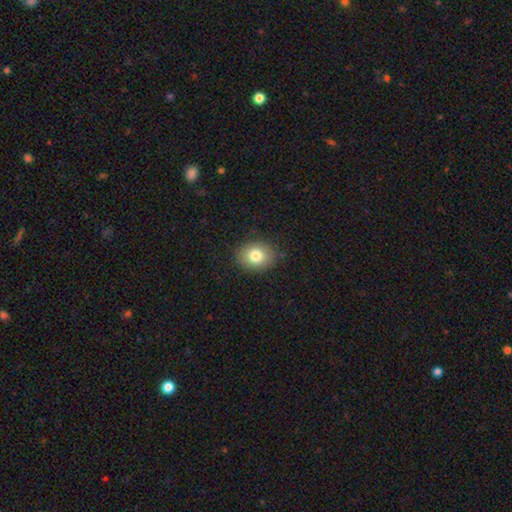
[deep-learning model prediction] Overall: smooth (80%). How rounded: in between (52%; round 47%). Merging: none (87%).